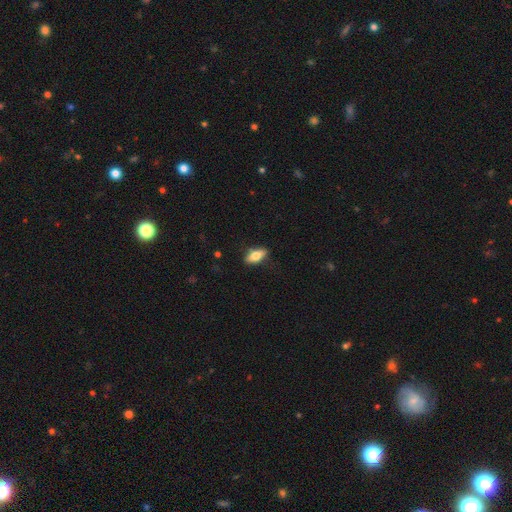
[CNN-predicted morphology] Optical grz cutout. It shows a smooth galaxy with no disk features (68%) that is in between round and cigar-shaped (80%). Merging: none (81%).